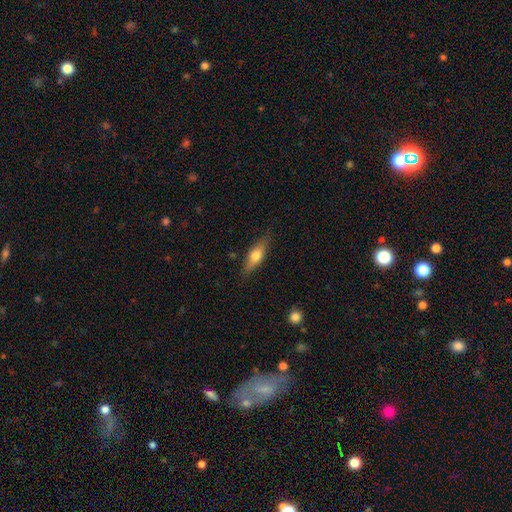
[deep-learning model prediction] Q: Smooth or featured?
A: smooth (61%); runner-up: featured or disk (32%)
Q: How rounded?
A: in between (54%); runner-up: cigar-shaped (43%)
Q: Merging?
A: none (83%); runner-up: minor disturbance (13%)